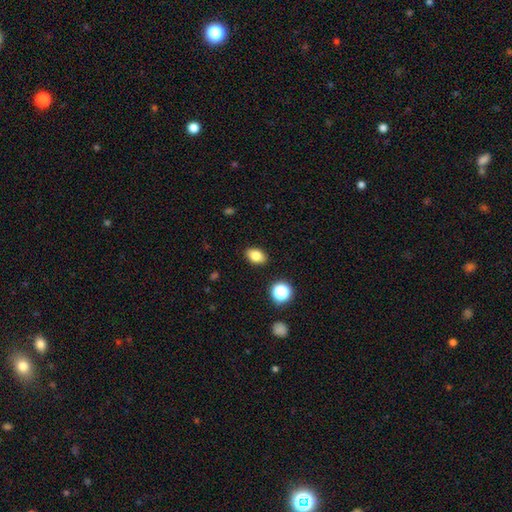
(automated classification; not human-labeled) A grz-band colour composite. It shows a smooth galaxy with no disk features (81%) that is in between round and cigar-shaped (81%). Merging: none (88%).